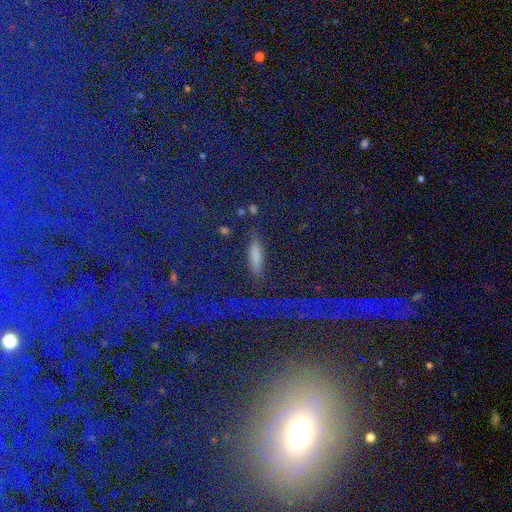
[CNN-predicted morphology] smooth-or-featured: smooth: 64% | star or artifact: 22% | featured or disk: 14%
  how-rounded: cigar-shaped: 62% | in between: 29% | round: 9%
  merging: none: 77% | minor disturbance: 13% | major disturbance: 5% | merger: 4%